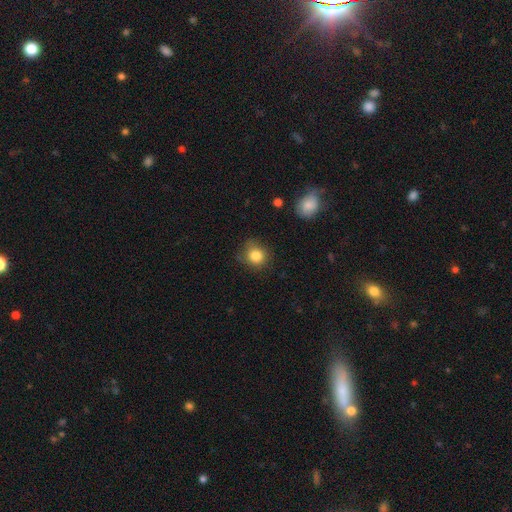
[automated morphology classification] Smooth or featured? smooth (83%)
How rounded? round (84%)
Merging? none (72%)